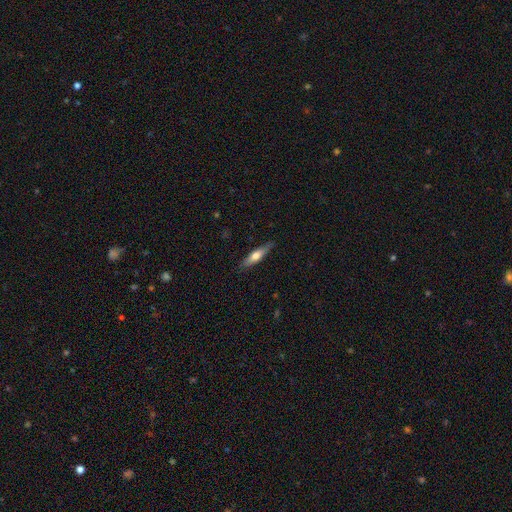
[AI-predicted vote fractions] Smooth or featured? smooth (52%)
How rounded? cigar-shaped (77%)
Merging? none (86%)